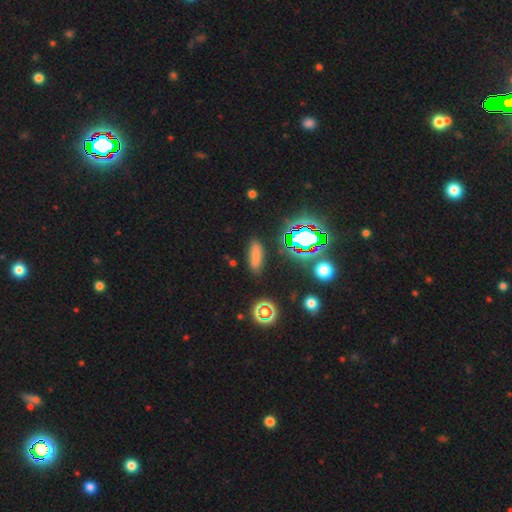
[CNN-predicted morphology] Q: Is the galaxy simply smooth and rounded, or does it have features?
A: smooth — 66%.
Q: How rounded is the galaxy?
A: in between — 66%.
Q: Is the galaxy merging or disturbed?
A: none — 85%.